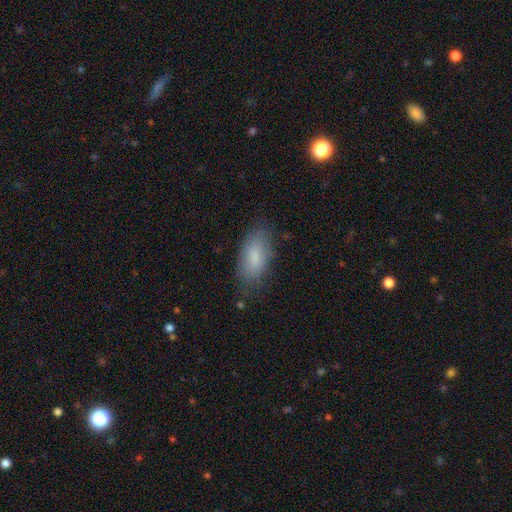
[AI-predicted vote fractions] Smooth or featured? smooth (71%)
How rounded? in between (85%)
Merging? none (83%)